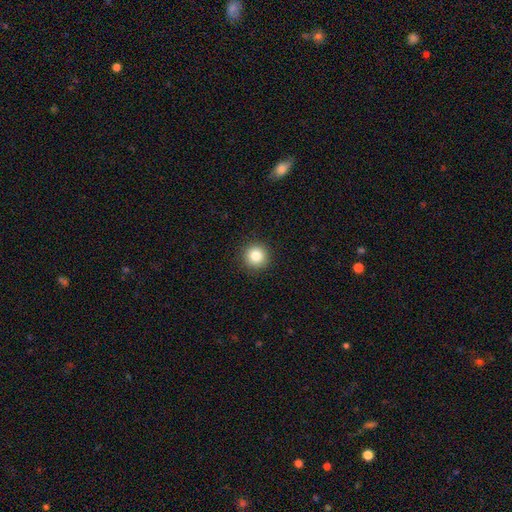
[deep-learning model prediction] A smooth galaxy with no disk features (84%) that is round (95%).

Vote fractions:
- Smooth or featured? smooth: 84% / star or artifact: 11% / featured or disk: 6%
- How rounded? round: 95% / in between: 4% / cigar-shaped: 1%
- Merging? none: 92% / minor disturbance: 5% / major disturbance: 2% / merger: 1%